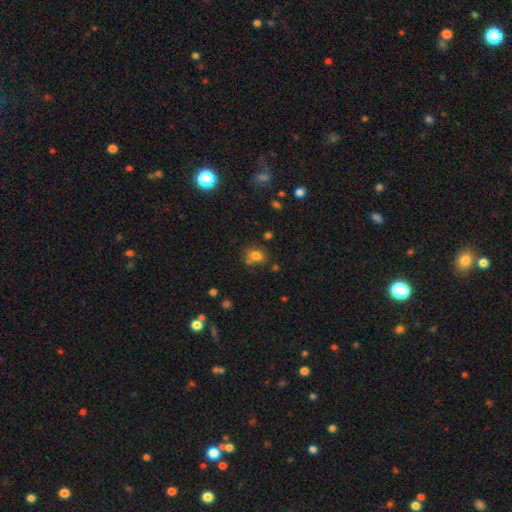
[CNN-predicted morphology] Overall: smooth (76%). How rounded: in between (54%; round 44%). Merging: none (63%).